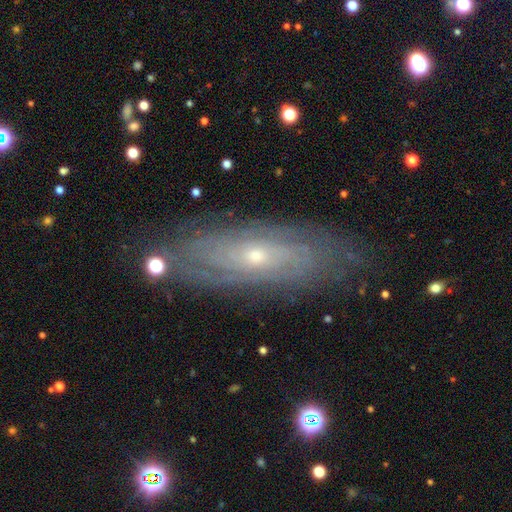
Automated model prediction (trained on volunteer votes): Overall: featured or disk (71%). Edge-on disk: no (76%). Bar: no (71%). Spiral arms: yes (79%). Bulge size: small (71%). Merging: none (84%).